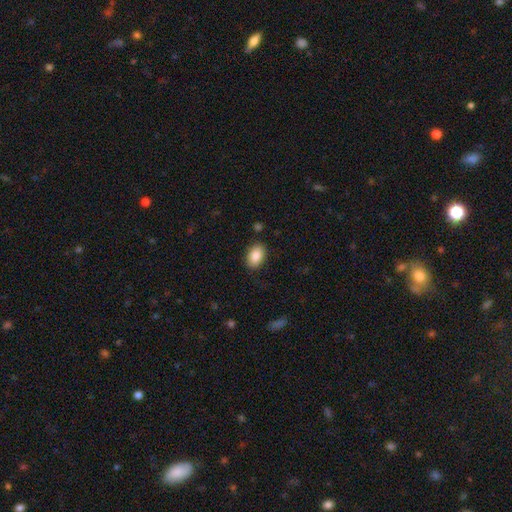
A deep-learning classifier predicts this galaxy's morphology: smooth 87%, star or artifact 7%, featured or disk 5%. Down the decision tree: how rounded — in between (87%); merging — none (86%).